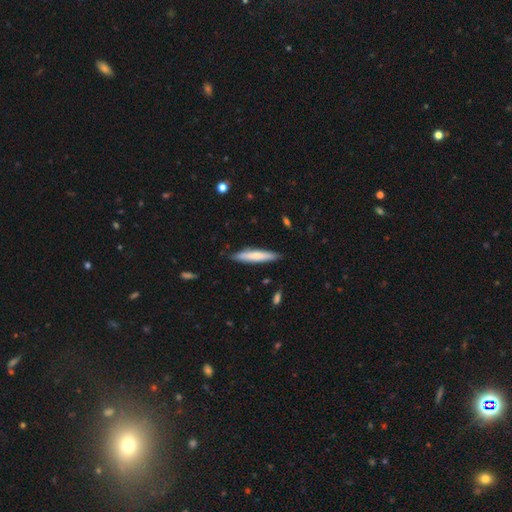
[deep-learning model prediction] smooth-or-featured: smooth: 70% | featured or disk: 25% | star or artifact: 5%
  how-rounded: cigar-shaped: 90% | in between: 9% | round: 1%
  merging: none: 87% | minor disturbance: 10% | major disturbance: 2% | merger: 1%